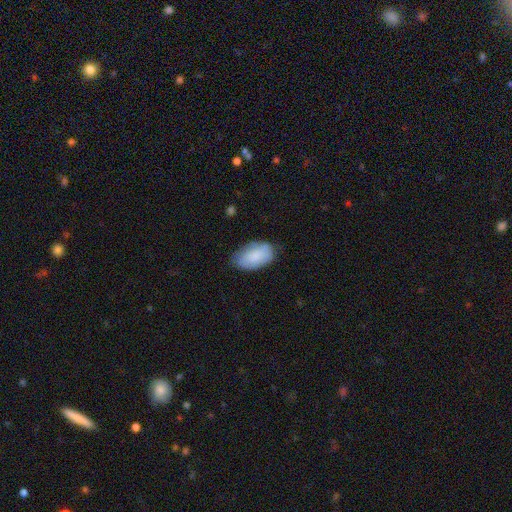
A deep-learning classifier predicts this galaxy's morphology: Q: Smooth or featured?
A: smooth (82%); runner-up: featured or disk (12%)
Q: How rounded?
A: in between (94%); runner-up: round (4%)
Q: Merging?
A: none (70%); runner-up: minor disturbance (24%)